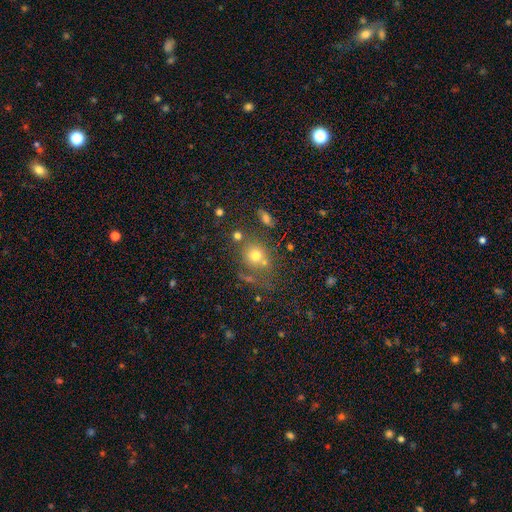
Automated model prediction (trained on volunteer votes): Smooth or featured? smooth (69%)
How rounded? round (76%)
Merging? none (57%)